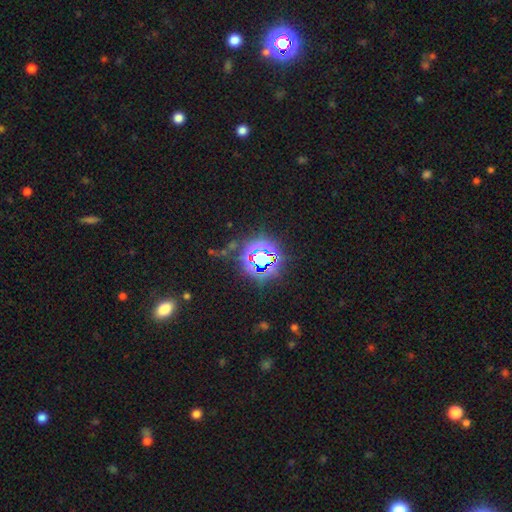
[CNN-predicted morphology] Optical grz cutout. It shows a star or artifact, not a galaxy (75%).